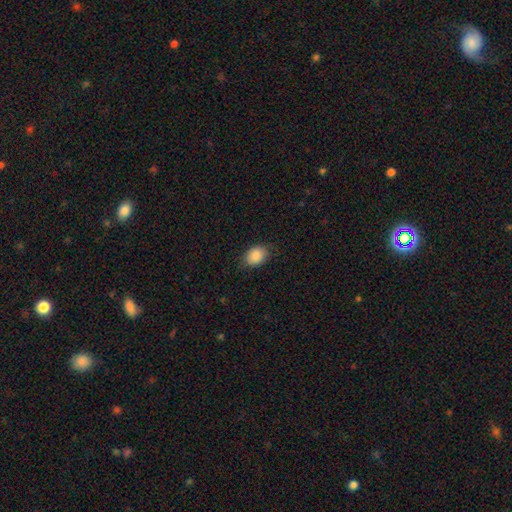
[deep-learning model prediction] Overall: smooth (88%). How rounded: in between (73%). Merging: none (80%).